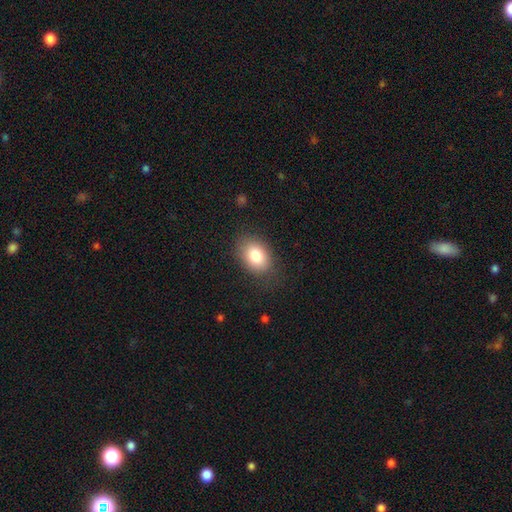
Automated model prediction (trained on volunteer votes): Smooth or featured?
  - smooth: 81% *
  - featured or disk: 10%
  - star or artifact: 9%
How rounded?
  - in between: 79% *
  - round: 20%
  - cigar-shaped: 1%
Merging?
  - none: 80% *
  - minor disturbance: 14%
  - major disturbance: 5%
  - merger: 1%